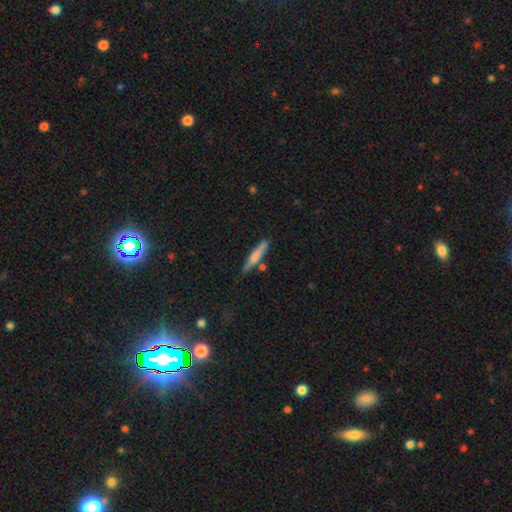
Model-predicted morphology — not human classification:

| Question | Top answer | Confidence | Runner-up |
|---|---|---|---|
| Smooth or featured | smooth | 68% | featured or disk (25%) |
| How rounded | cigar-shaped | 90% | in between (9%) |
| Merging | none | 73% | minor disturbance (16%) |